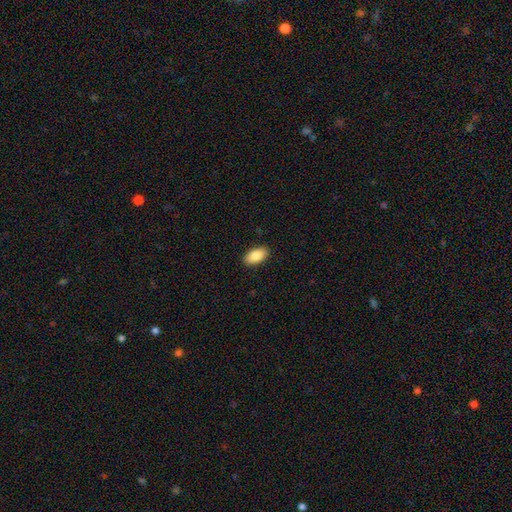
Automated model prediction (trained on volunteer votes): A smooth galaxy with no disk features (86%) that is in between round and cigar-shaped (94%).

Vote fractions:
- Smooth or featured? smooth: 86% / featured or disk: 7% / star or artifact: 6%
- How rounded? in between: 94% / cigar-shaped: 3% / round: 3%
- Merging? none: 90% / minor disturbance: 7% / major disturbance: 2% / merger: 1%